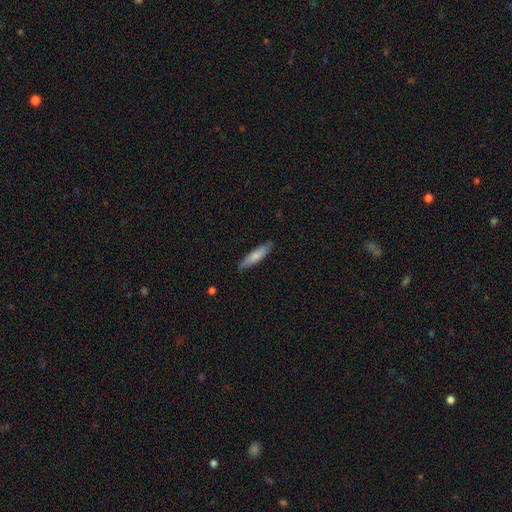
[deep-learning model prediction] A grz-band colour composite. It shows a smooth galaxy with no disk features (73%) that is cigar-shaped (77%). Merging: none (83%).